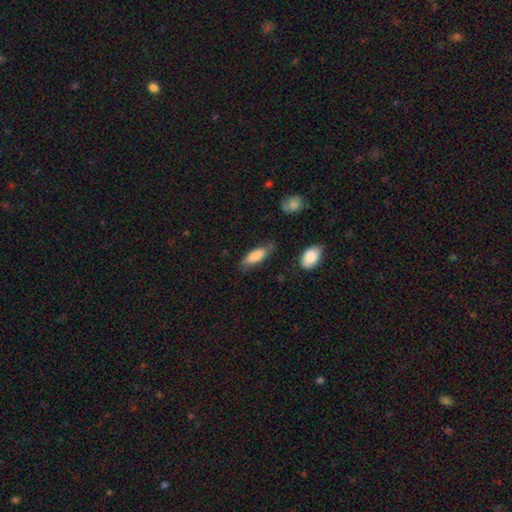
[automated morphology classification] smooth_or_featured: smooth (p=0.82) [alt: featured or disk p=0.12]
how_rounded: in between (p=0.74) [alt: cigar-shaped p=0.24]
merging: none (p=0.65) [alt: minor disturbance p=0.25]